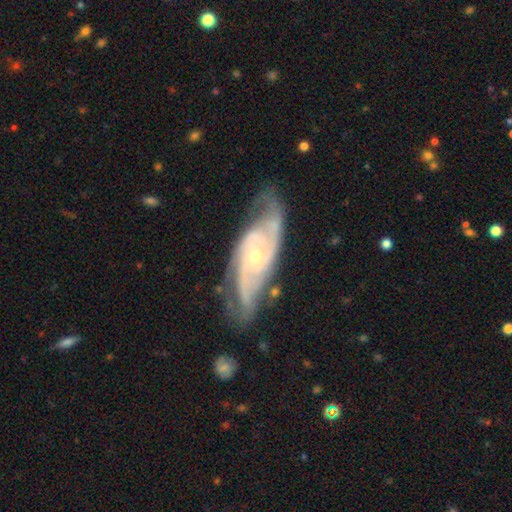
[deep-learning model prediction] Morphology: type=featured or disk (88%); edge-on=no (92%); bar=no (68%); spiral arms=yes (97%); winding=tight (50%); arm count=2 (46%); bulge=small (75%); merging=none (70%).